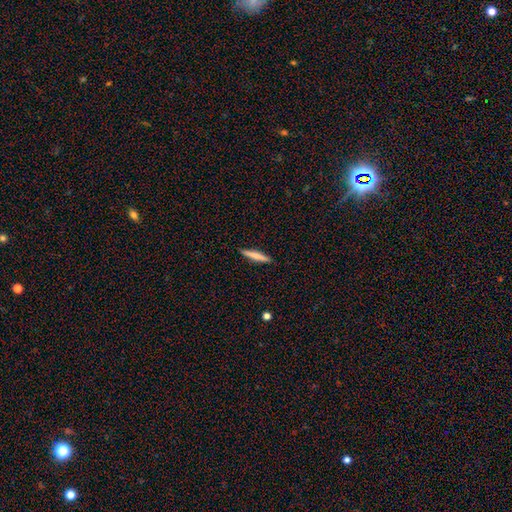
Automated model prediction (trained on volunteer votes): Overall: smooth (71%). How rounded: cigar-shaped (93%). Merging: none (91%).